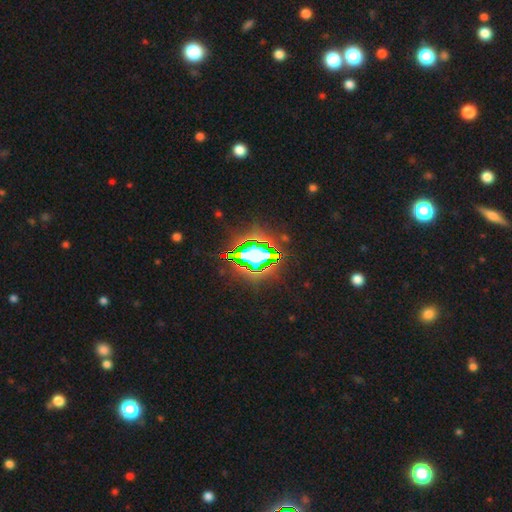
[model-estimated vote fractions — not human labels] The model was most divided on "smooth or featured": star or artifact: 73%, smooth: 14%, featured or disk: 12%.